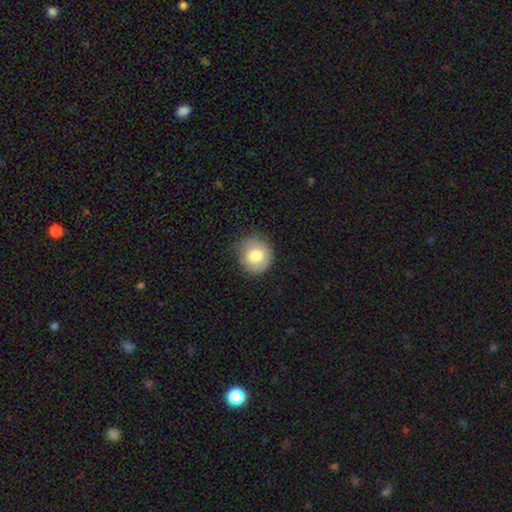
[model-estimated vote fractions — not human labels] smooth_or_featured: smooth (p=0.78) [alt: featured or disk p=0.14]
how_rounded: round (p=0.88) [alt: in between p=0.11]
merging: none (p=0.78) [alt: minor disturbance p=0.16]